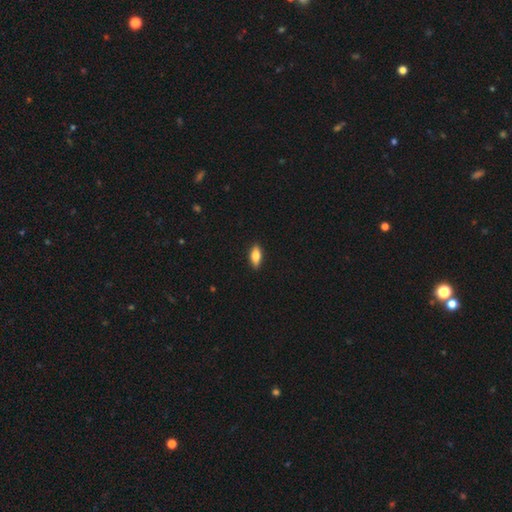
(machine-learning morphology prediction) type=smooth (77%); roundness=in between (80%); merging=none (89%).